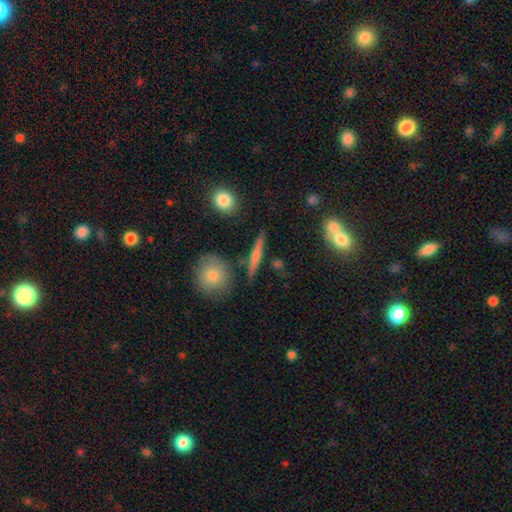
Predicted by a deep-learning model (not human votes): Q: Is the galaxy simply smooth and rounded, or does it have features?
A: featured or disk — 46%, tied with smooth.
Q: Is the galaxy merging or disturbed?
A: none — 84%.